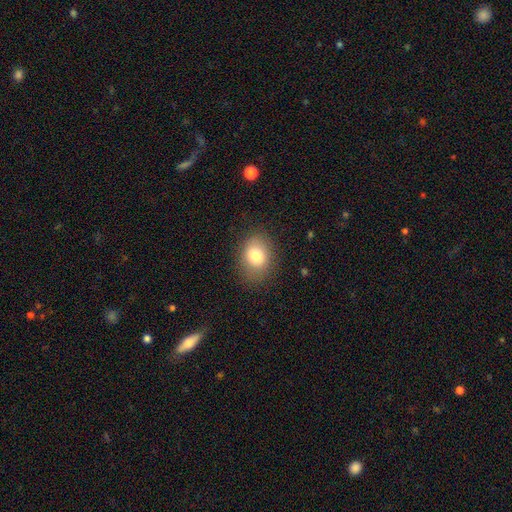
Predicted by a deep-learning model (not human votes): Smooth or featured? Predicted: smooth (p=0.79). How rounded? Predicted: in between (p=0.59). Merging? Predicted: none (p=0.82).